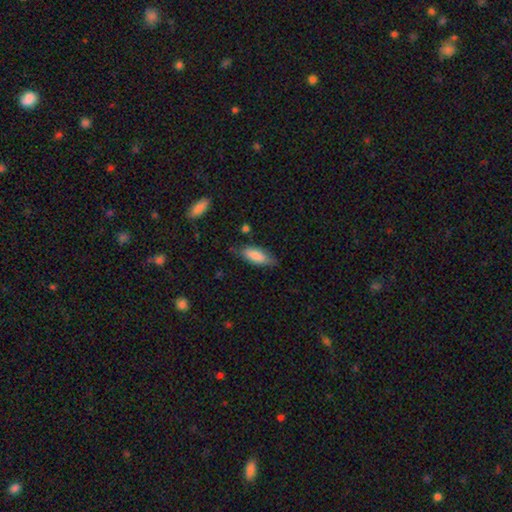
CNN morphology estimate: This appears to be a smooth galaxy with no disk features (81%) that is in between round and cigar-shaped (71%). Merging: none (71%).